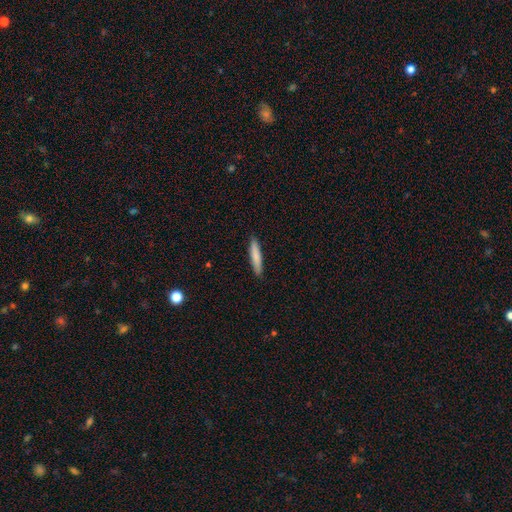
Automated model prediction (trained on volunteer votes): A smooth galaxy with no disk features (80%) that is cigar-shaped (89%). Merging: none (90%).